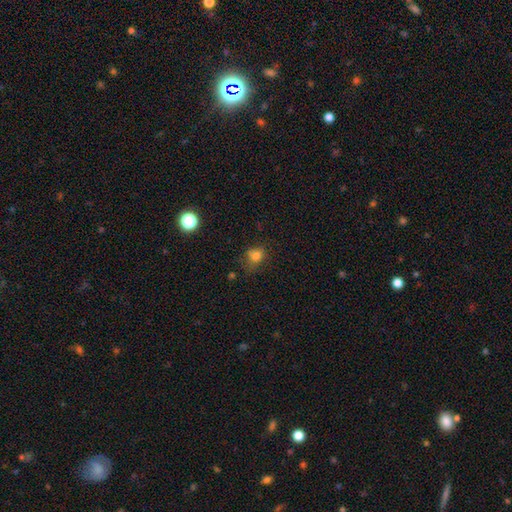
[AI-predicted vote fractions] Smooth or featured? smooth (77%)
How rounded? round (64%)
Merging? none (55%)